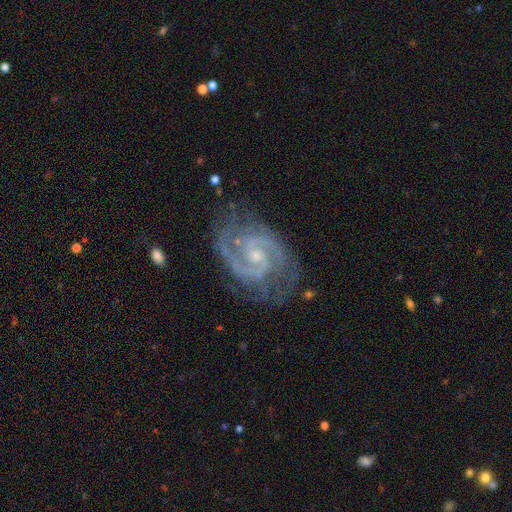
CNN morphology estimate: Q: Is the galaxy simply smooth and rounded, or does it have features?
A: featured or disk — 93%.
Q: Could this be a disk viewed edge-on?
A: no — 98%.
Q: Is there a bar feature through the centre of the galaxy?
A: no — 52%.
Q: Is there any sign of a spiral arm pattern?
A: yes — 99%.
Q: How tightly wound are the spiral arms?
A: medium — 48%.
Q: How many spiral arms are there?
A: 2 — 85%.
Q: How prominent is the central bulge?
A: small — 66%.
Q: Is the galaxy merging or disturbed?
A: none — 72%.